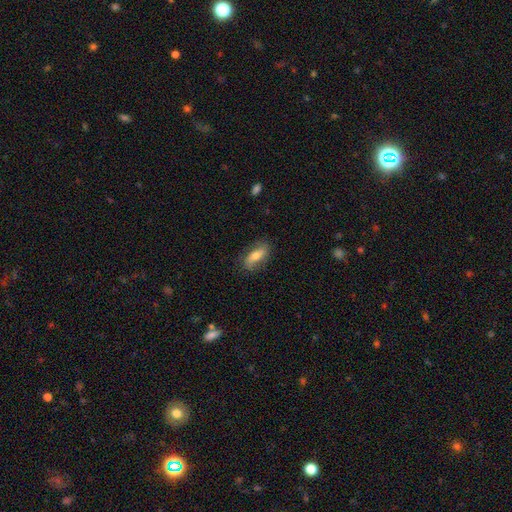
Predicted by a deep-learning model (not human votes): This is possibly a smooth galaxy (50%). Merging: likely none (79%).